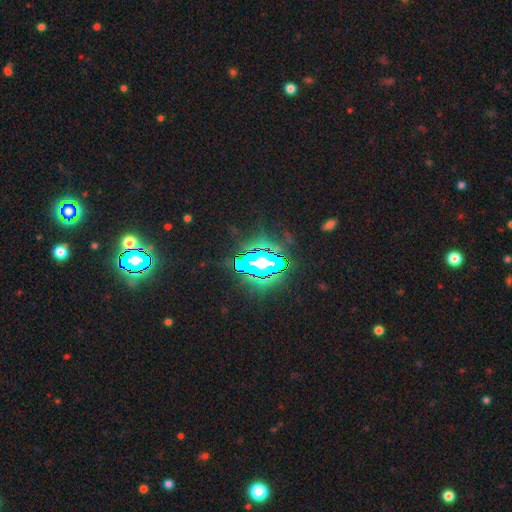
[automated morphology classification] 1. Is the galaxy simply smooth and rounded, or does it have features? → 65% star or artifact, 18% smooth, 17% featured or disk.